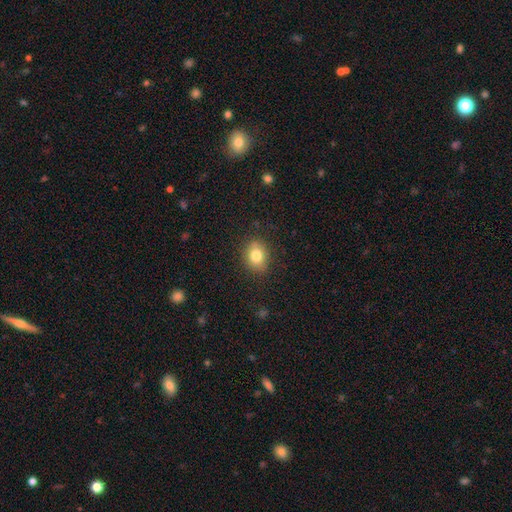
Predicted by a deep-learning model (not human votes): smooth 80%, featured or disk 10%, star or artifact 10%. Down the decision tree: how rounded — in between (55%); merging — none (85%).